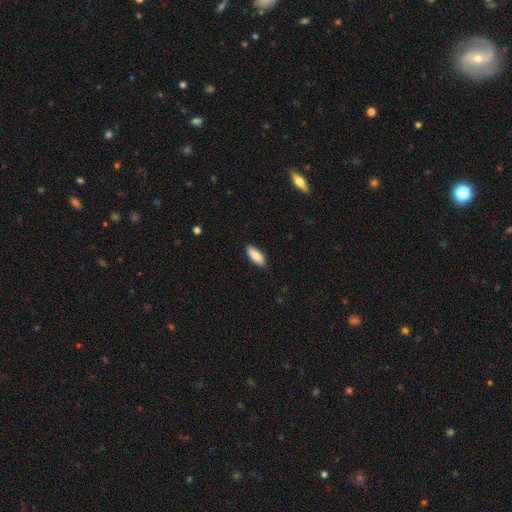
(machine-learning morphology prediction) Overall: smooth (87%). How rounded: in between (80%). Merging: none (86%).